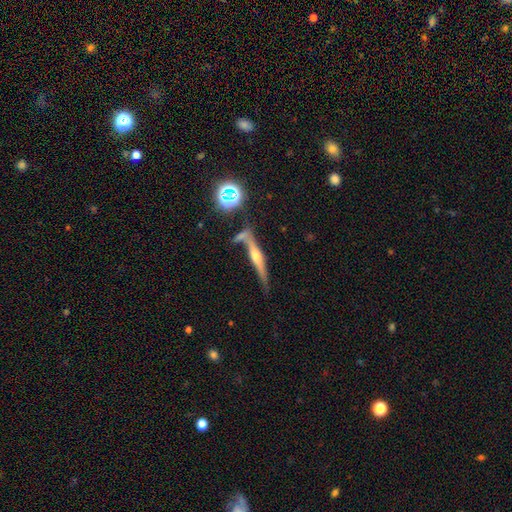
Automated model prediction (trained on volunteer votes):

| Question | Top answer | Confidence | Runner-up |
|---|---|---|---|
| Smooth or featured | featured or disk | 68% | smooth (21%) |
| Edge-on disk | yes | 94% | no (6%) |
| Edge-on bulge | rounded | 88% | boxy (6%) |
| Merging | none | 62% | merger (17%) |